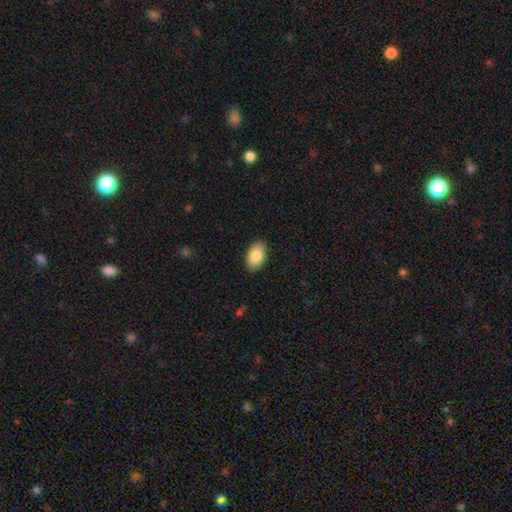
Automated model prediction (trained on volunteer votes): Q: Smooth or featured?
A: smooth (86%); runner-up: featured or disk (8%)
Q: How rounded?
A: in between (92%); runner-up: round (7%)
Q: Merging?
A: none (89%); runner-up: minor disturbance (8%)